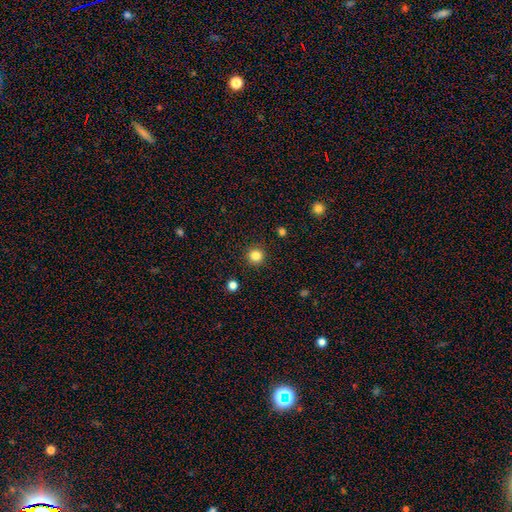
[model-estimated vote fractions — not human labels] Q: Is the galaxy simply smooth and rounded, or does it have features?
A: smooth — 84%.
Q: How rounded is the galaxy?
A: round — 95%.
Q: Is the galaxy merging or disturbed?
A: none — 92%.